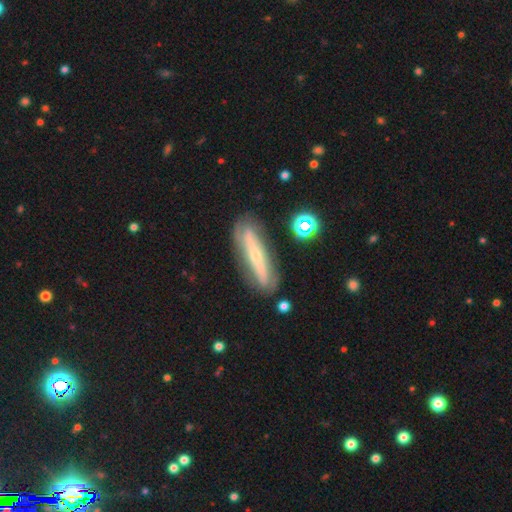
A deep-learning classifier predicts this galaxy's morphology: Smooth or featured? featured or disk (65%)
Edge-on disk? yes (59%)
Merging? none (80%)